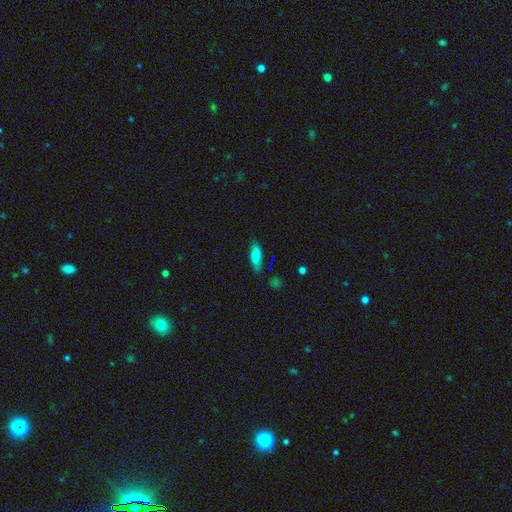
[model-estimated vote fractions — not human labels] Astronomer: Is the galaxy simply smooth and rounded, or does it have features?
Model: smooth — 80%.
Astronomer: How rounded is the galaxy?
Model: in between — 62%.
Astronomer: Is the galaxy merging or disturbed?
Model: none — 76%.